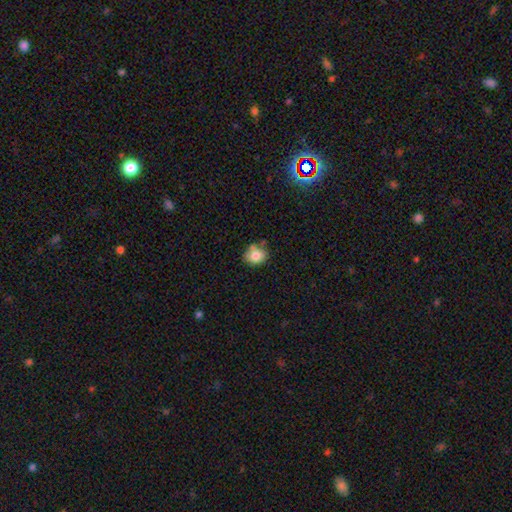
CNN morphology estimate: A smooth galaxy with no disk features (79%) that is round (64%).

Vote fractions:
- Smooth or featured? smooth: 79% / featured or disk: 12% / star or artifact: 9%
- How rounded? round: 64% / in between: 35% / cigar-shaped: 1%
- Merging? none: 65% / minor disturbance: 18% / merger: 13% / major disturbance: 4%